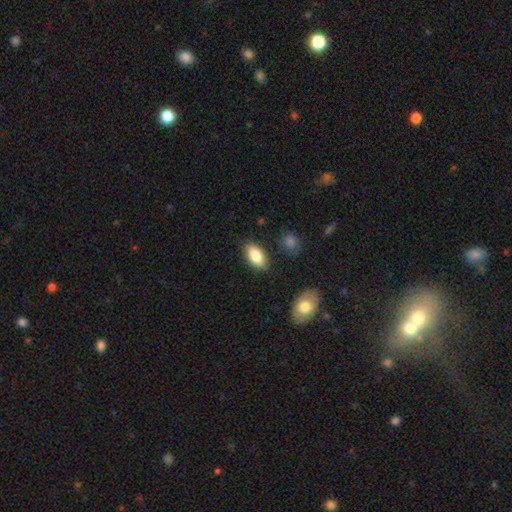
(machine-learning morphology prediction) The model was most divided on "merging": none: 84%, minor disturbance: 11%, major disturbance: 3%, merger: 2%. More confident: how rounded — in between (92%); smooth or featured — smooth (84%).